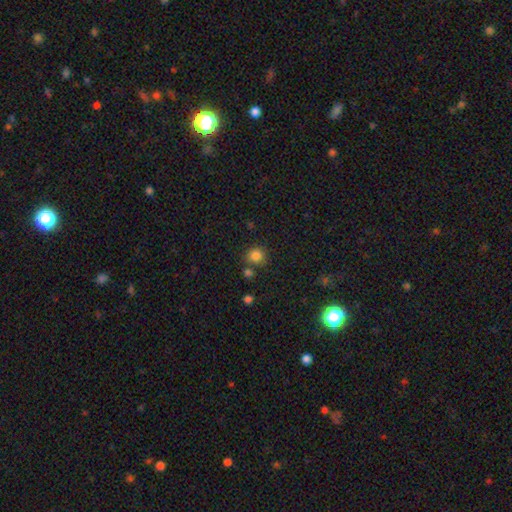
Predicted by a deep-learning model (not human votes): Q: Smooth or featured?
A: smooth (83%); runner-up: star or artifact (12%)
Q: How rounded?
A: round (87%); runner-up: in between (12%)
Q: Merging?
A: none (74%); runner-up: minor disturbance (11%)